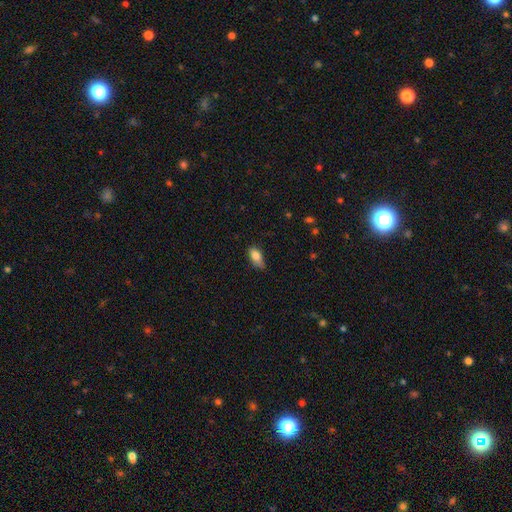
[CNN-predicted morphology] A smooth galaxy with no disk features (81%) that is in between round and cigar-shaped (85%). Merging: none (58%).